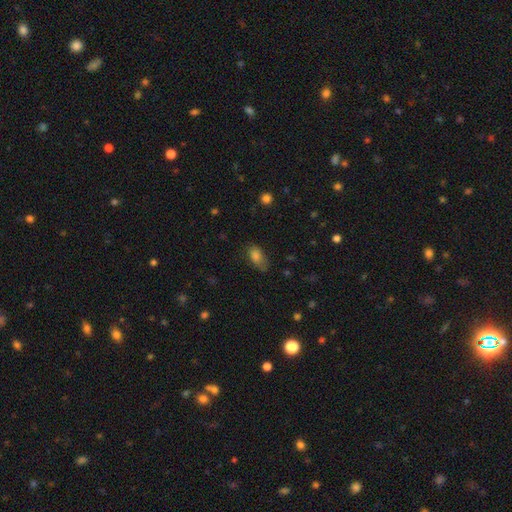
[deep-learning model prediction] smooth-or-featured: smooth: 80% | star or artifact: 11% | featured or disk: 9%
  how-rounded: in between: 87% | round: 7% | cigar-shaped: 6%
  merging: none: 59% | minor disturbance: 29% | major disturbance: 10% | merger: 2%